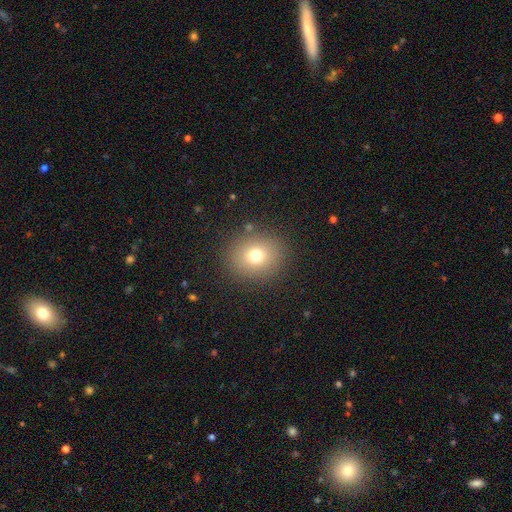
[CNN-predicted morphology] Overall: smooth (73%). How rounded: round (80%). Merging: none (87%).